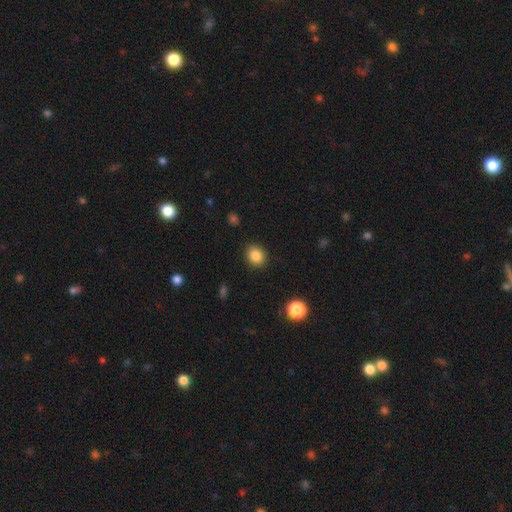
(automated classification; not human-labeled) A smooth galaxy with no disk features (85%) that is round (66%).

Vote fractions:
- Smooth or featured? smooth: 85% / star or artifact: 10% / featured or disk: 5%
- How rounded? round: 66% / in between: 33% / cigar-shaped: 1%
- Merging? none: 88% / minor disturbance: 8% / major disturbance: 2% / merger: 1%